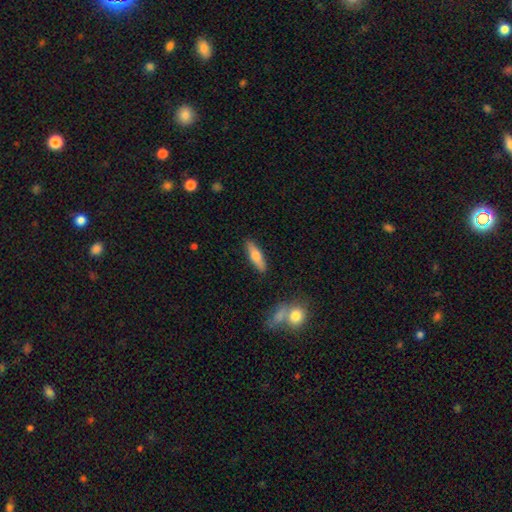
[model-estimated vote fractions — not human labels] Morphology: type=smooth (66%); roundness=cigar-shaped (62%); merging=none (87%).